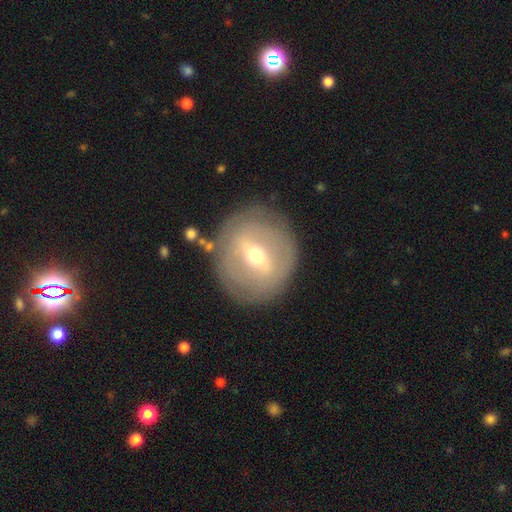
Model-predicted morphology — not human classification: type=featured or disk (62%); edge-on=no (89%); bar=weak (42%); spiral arms=no (68%); bulge=moderate (57%); merging=none (82%).